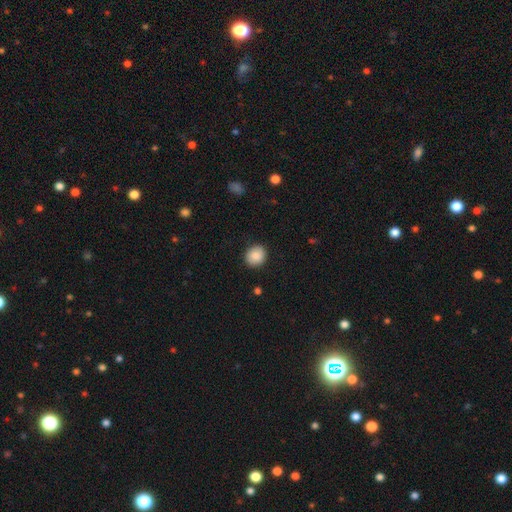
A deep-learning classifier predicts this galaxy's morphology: Smooth or featured?
  - smooth: 87% *
  - star or artifact: 8%
  - featured or disk: 6%
How rounded?
  - round: 78% *
  - in between: 22%
  - cigar-shaped: 1%
Merging?
  - none: 88% *
  - minor disturbance: 8%
  - major disturbance: 2%
  - merger: 1%